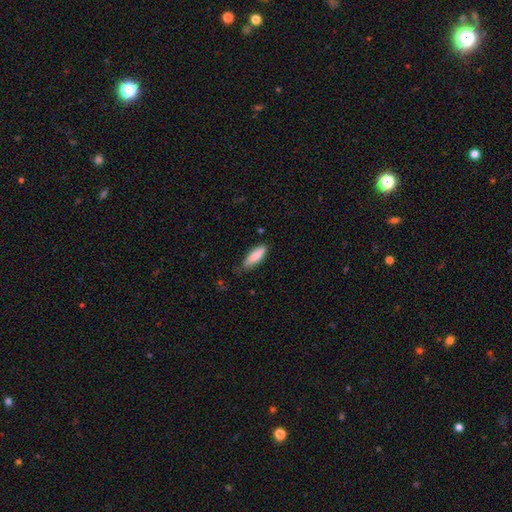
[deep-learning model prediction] This appears to be a smooth galaxy with no disk features (82%) that is in between round and cigar-shaped (63%). Merging: none (70%).